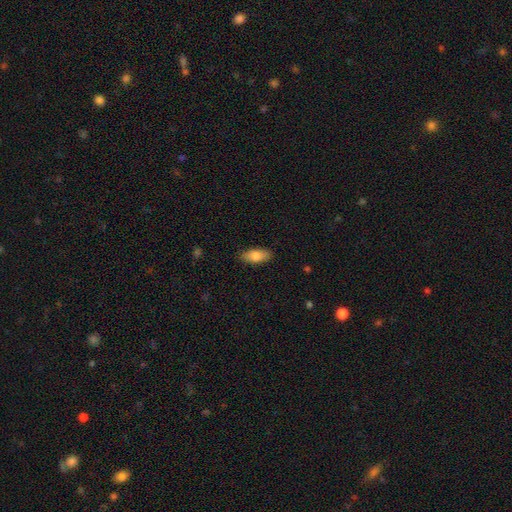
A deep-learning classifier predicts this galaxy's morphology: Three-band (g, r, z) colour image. It shows a smooth galaxy with no disk features (81%) that is in between round and cigar-shaped (84%). Merging: none (87%).